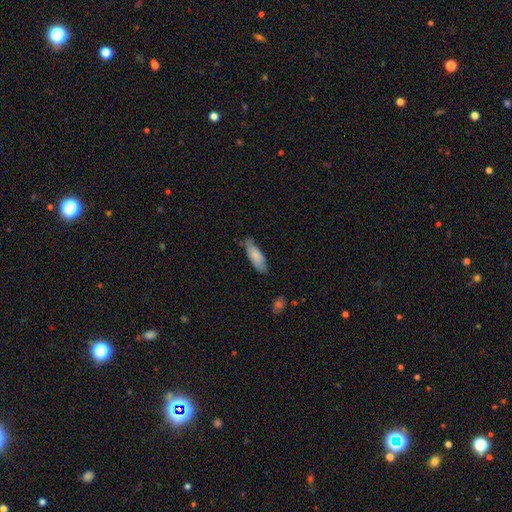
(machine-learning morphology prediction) This is clearly a smooth galaxy (82%). How rounded: likely in between (62%). Merging: likely none (67%).